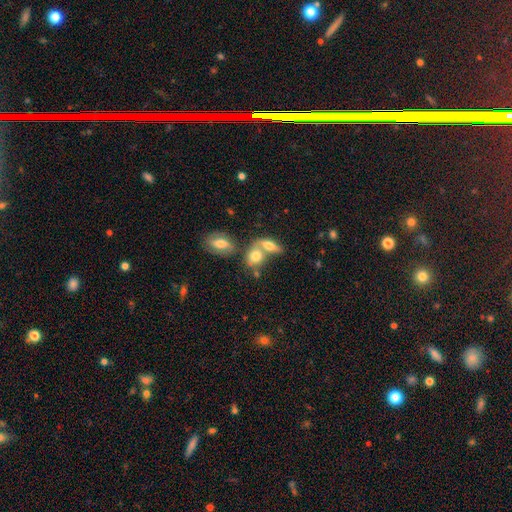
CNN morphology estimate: Smooth or featured?
  - smooth: 71% *
  - featured or disk: 20%
  - star or artifact: 9%
How rounded?
  - in between: 62% *
  - round: 32%
  - cigar-shaped: 6%
Merging?
  - merger: 51% *
  - none: 34%
  - minor disturbance: 10%
  - major disturbance: 5%